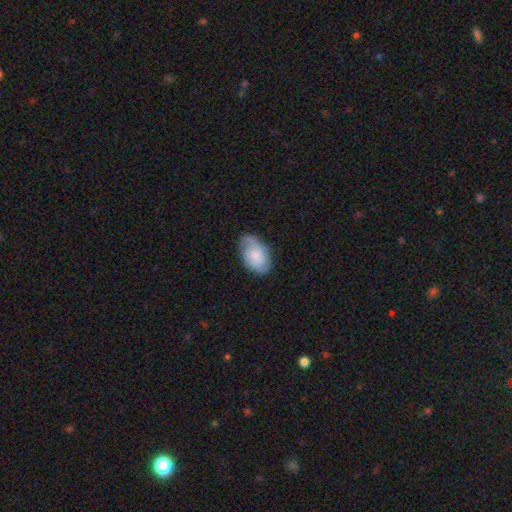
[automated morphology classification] A smooth galaxy with no disk features (63%) that is in between round and cigar-shaped (91%). Merging: none (63%).